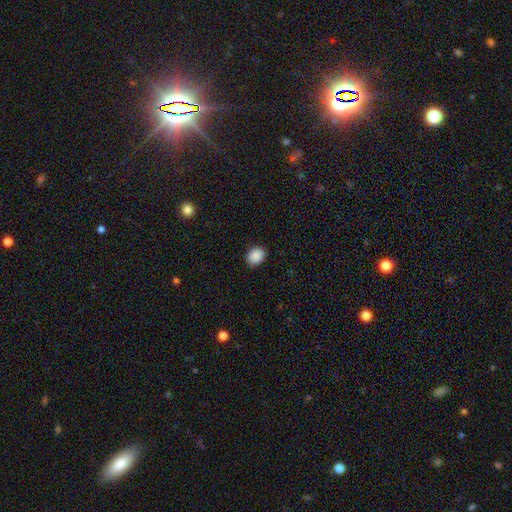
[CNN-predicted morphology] This appears to be a smooth galaxy with no disk features (89%) that is round (52%). Merging: none (89%).